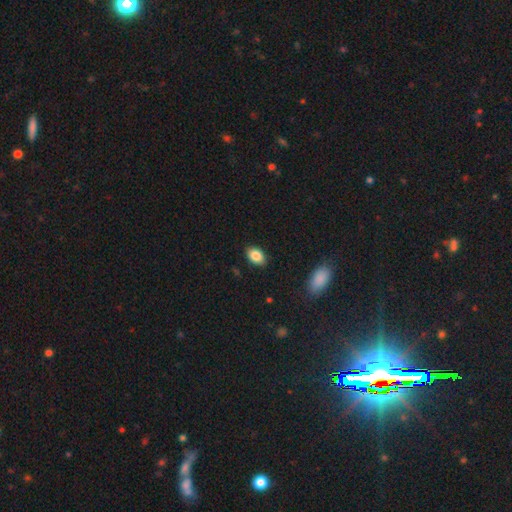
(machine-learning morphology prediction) The model was most divided on "how rounded": in between: 87%, round: 11%, cigar-shaped: 1%. More confident: merging — none (88%); smooth or featured — smooth (86%).